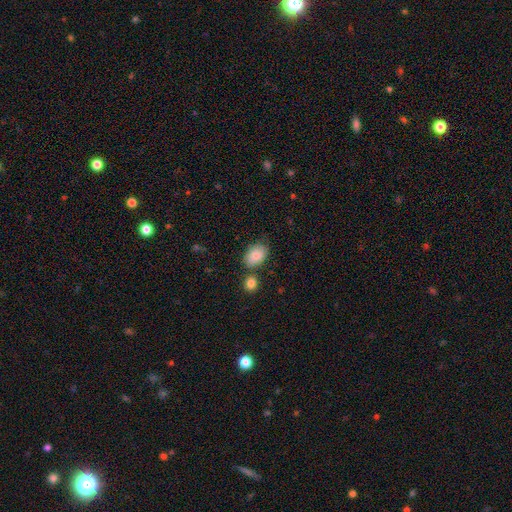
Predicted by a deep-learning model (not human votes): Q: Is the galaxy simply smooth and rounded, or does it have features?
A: smooth — 84%.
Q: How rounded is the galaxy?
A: in between — 84%.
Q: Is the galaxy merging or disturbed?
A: none — 66%.